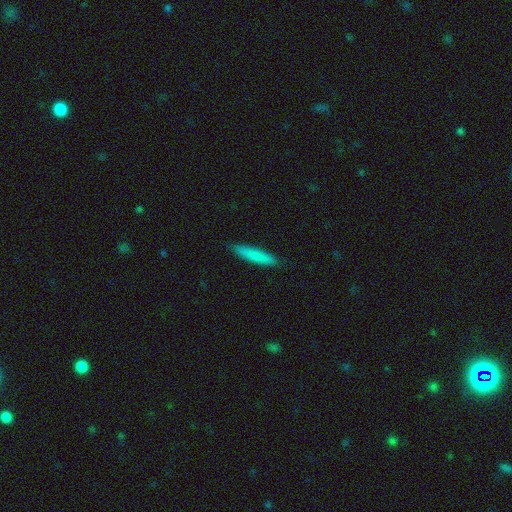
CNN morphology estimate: Smooth or featured? smooth (82%)
How rounded? cigar-shaped (90%)
Merging? none (88%)